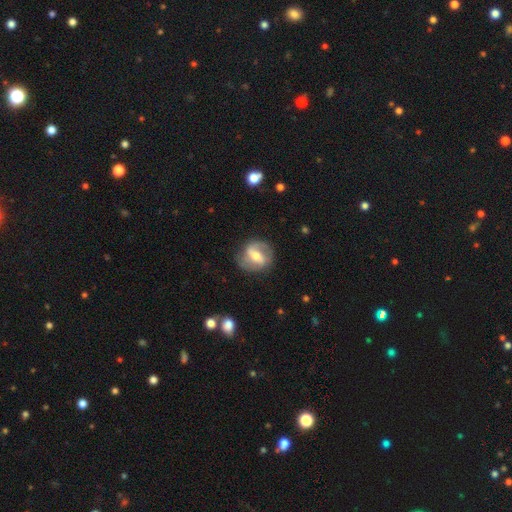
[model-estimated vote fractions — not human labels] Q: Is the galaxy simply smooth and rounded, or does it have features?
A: featured or disk — 71%.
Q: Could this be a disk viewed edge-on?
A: no — 96%.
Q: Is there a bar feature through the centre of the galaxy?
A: strong — 42%, tied with weak.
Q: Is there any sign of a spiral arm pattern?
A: yes — 82%.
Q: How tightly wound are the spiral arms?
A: medium — 45%.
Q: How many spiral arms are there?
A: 2 — 83%.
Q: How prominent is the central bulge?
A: moderate — 64%.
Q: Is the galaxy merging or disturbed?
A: none — 77%.